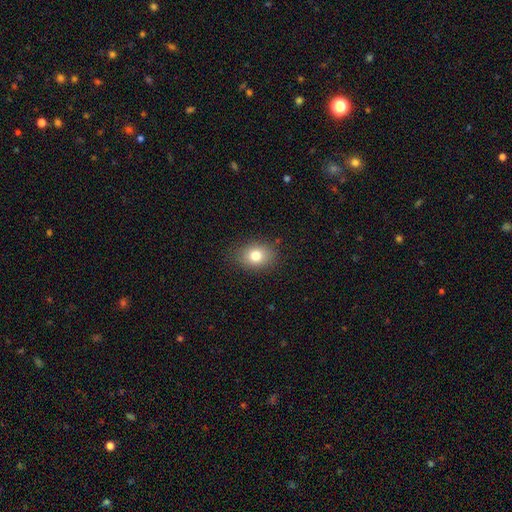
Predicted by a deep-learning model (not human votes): This is likely a smooth galaxy (79%). How rounded: likely in between (63%). Merging: clearly none (84%).